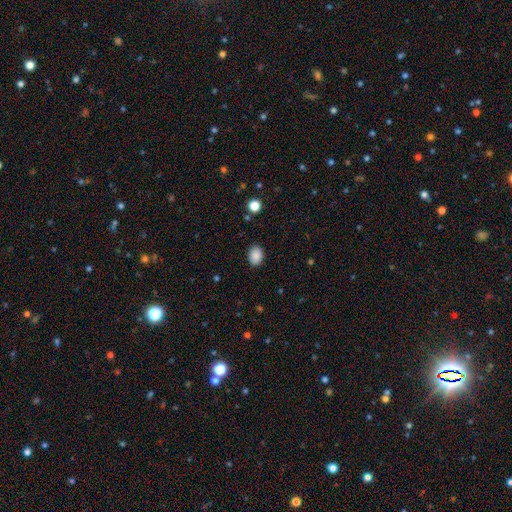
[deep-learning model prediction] A smooth galaxy with no disk features (89%) that is in between round and cigar-shaped (77%).

Vote fractions:
- Smooth or featured? smooth: 89% / star or artifact: 8% / featured or disk: 3%
- How rounded? in between: 77% / round: 22% / cigar-shaped: 1%
- Merging? none: 86% / minor disturbance: 10% / major disturbance: 2% / merger: 1%